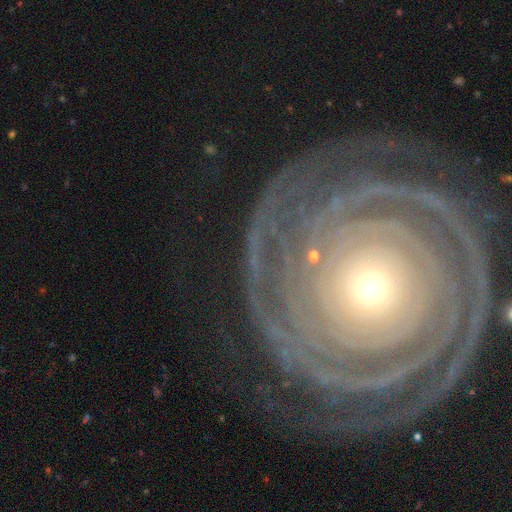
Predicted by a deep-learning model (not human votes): This appears to be a featured or disk galaxy (88%) with no bar (83%), 2 (24%) tight (90%) spiral arms (97%) and a small central bulge (72%). Merging: none (82%).